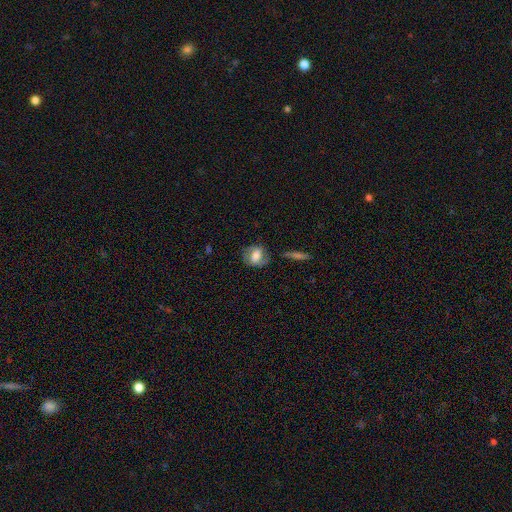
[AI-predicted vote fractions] This appears to be a smooth galaxy with no disk features (53%) that is in between round and cigar-shaped (54%). Merging: none (66%).